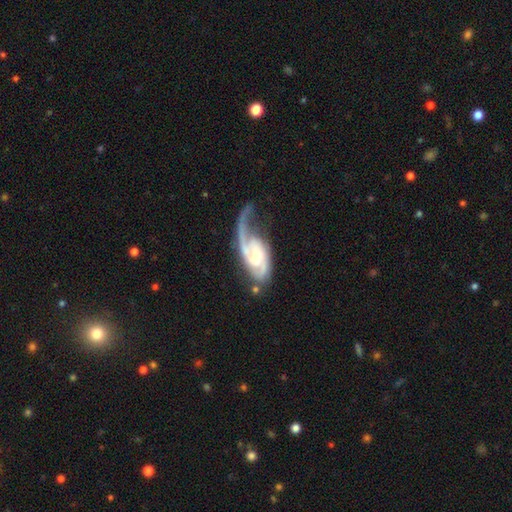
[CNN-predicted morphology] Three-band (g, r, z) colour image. It shows a featured or disk galaxy (86%) with no bar (47%), 2 (49%) medium (42%) spiral arms (96%) and a small central bulge (44%). Merging: major disturbance (39%).